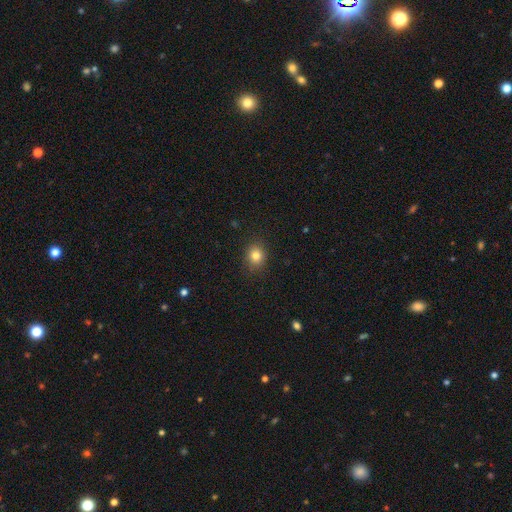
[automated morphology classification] This is clearly a smooth galaxy (81%). How rounded: likely round (69%). Merging: clearly none (86%).